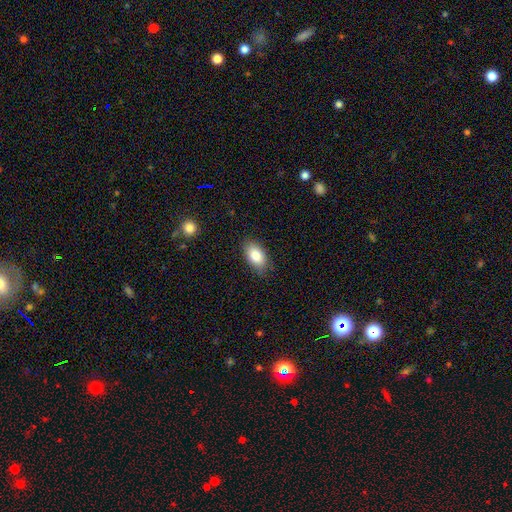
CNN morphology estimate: Smooth or featured: smooth — 85% (featured or disk — 8%)
How rounded: in between — 92% (round — 5%)
Merging: none — 83% (minor disturbance — 14%)